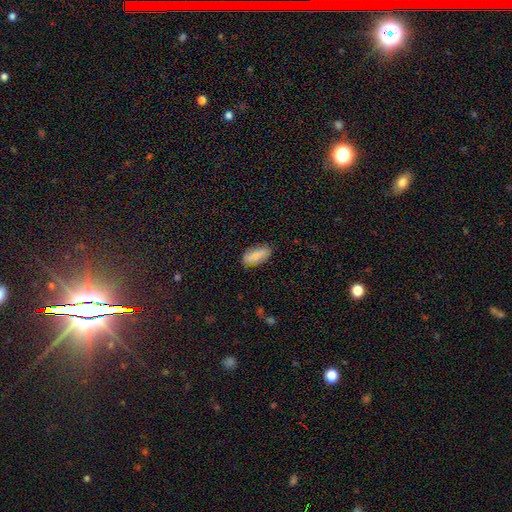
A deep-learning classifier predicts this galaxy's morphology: Smooth or featured? smooth (83%)
How rounded? in between (85%)
Merging? none (83%)